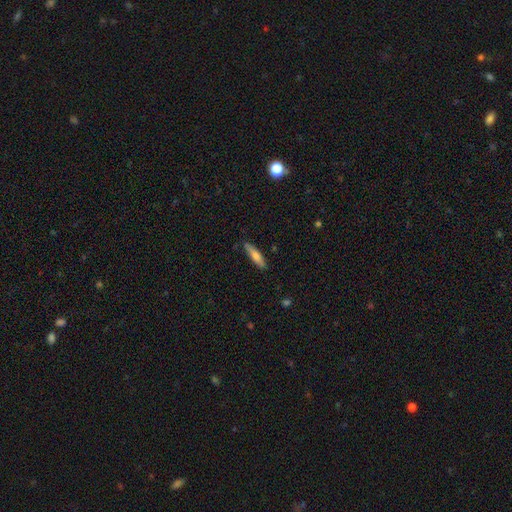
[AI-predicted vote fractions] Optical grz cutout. It shows a smooth galaxy with no disk features (66%) that is cigar-shaped (80%). Merging: none (84%).